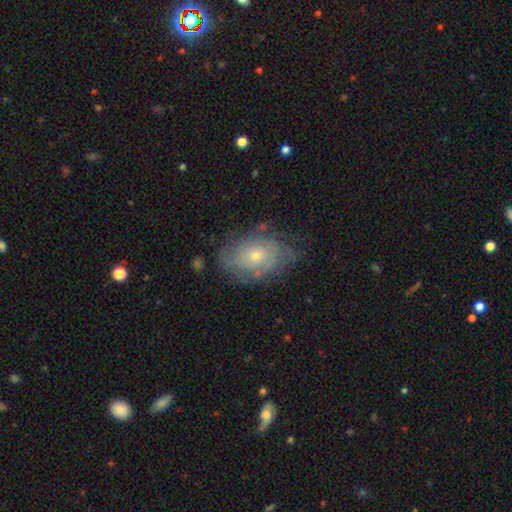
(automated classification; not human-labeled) Overall: featured or disk (62%; smooth 30%). Edge-on disk: no (95%). Bar: no (85%). Spiral arms: yes (72%). Bulge size: small (60%; moderate 36%). Merging: none (62%; minor disturbance 25%).